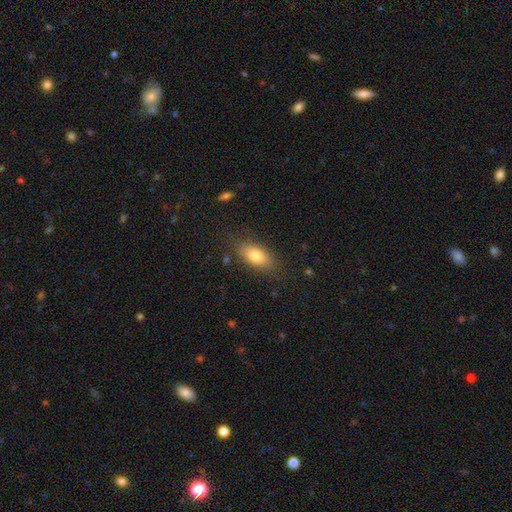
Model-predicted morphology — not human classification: Smooth or featured? smooth (80%)
How rounded? in between (87%)
Merging? none (81%)